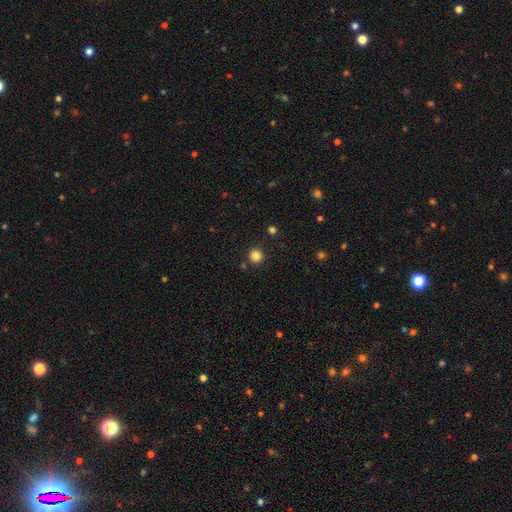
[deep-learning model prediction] Overall: smooth (84%). How rounded: round (95%). Merging: none (89%).